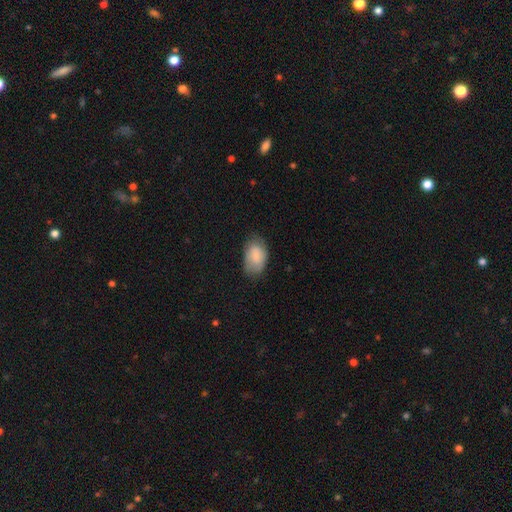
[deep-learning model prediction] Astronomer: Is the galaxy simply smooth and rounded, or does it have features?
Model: smooth — 82%.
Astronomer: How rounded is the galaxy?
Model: in between — 89%.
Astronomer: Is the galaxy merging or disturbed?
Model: none — 65%.